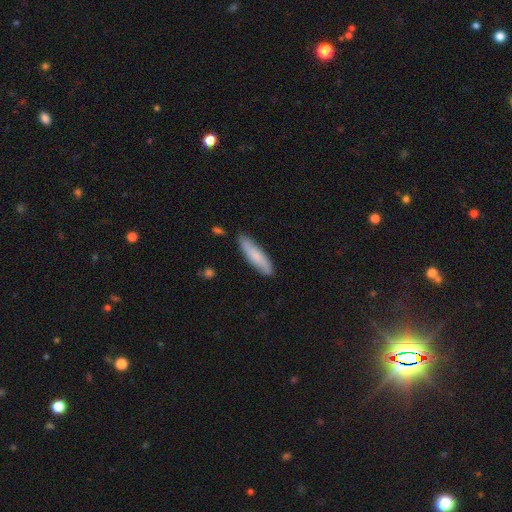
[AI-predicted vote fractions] This is likely a smooth galaxy (75%). How rounded: likely cigar-shaped (75%). Merging: clearly none (84%).